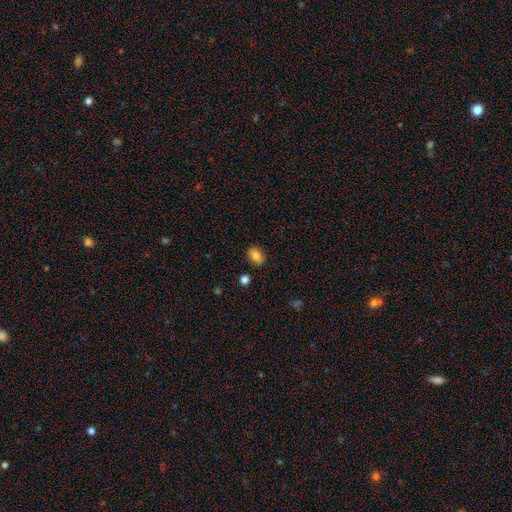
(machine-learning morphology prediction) The model was most divided on "how rounded": in between: 72%, round: 27%, cigar-shaped: 1%. More confident: merging — none (86%); smooth or featured — smooth (81%).